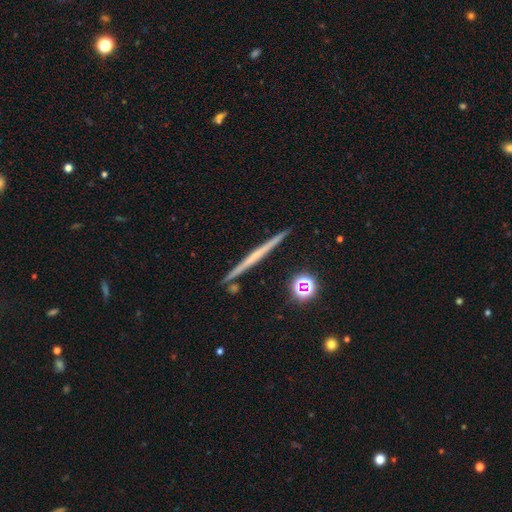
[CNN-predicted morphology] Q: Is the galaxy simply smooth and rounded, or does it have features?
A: featured or disk — 66%.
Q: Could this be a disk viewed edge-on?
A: yes — 98%.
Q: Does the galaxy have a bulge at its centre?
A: none — 73%.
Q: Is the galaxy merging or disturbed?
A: none — 91%.